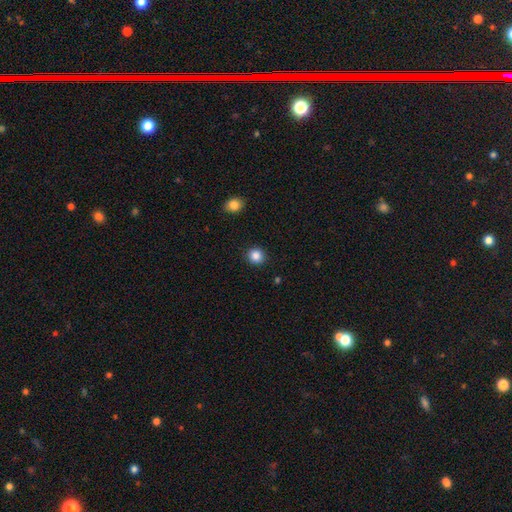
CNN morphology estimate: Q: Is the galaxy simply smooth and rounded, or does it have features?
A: smooth — 86%.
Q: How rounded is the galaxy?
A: round — 89%.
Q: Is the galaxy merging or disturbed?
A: none — 91%.